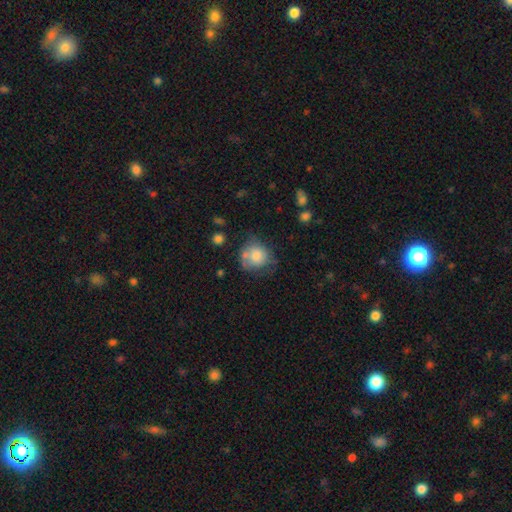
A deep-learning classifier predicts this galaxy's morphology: A smooth galaxy with no disk features (73%) that is round (80%).

Vote fractions:
- Smooth or featured? smooth: 73% / featured or disk: 19% / star or artifact: 8%
- How rounded? round: 80% / in between: 19% / cigar-shaped: 1%
- Merging? none: 47% / minor disturbance: 27% / major disturbance: 14% / merger: 12%